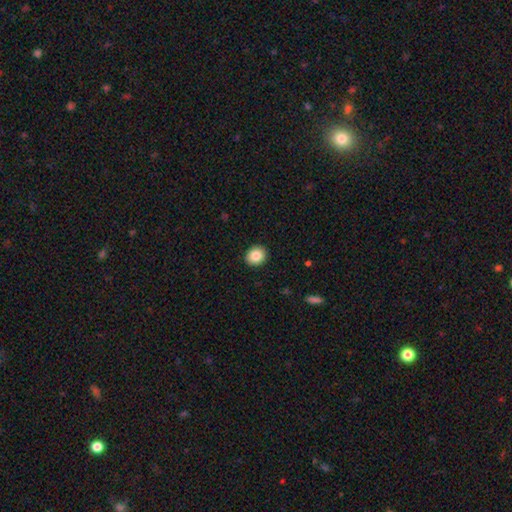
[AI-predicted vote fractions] This is clearly a smooth galaxy (85%). How rounded: likely round (75%). Merging: clearly none (91%).